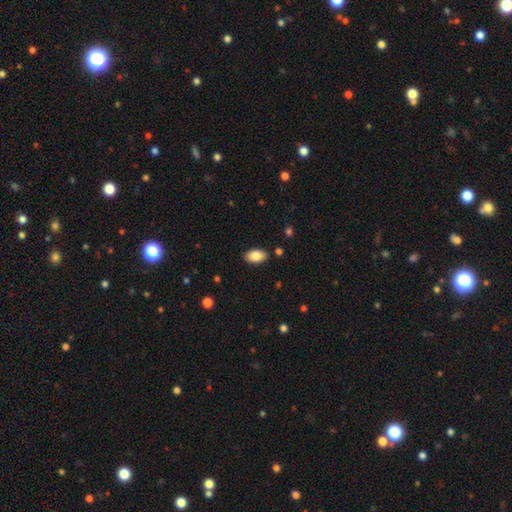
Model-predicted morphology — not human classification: Smooth or featured? smooth (85%)
How rounded? in between (94%)
Merging? none (87%)